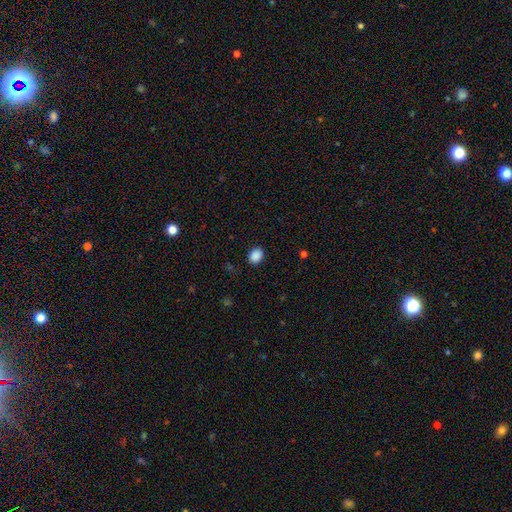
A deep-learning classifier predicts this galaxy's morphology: smooth-or-featured: smooth: 89% | star or artifact: 9% | featured or disk: 3%
  how-rounded: in between: 61% | round: 38% | cigar-shaped: 1%
  merging: none: 87% | minor disturbance: 9% | major disturbance: 3% | merger: 1%